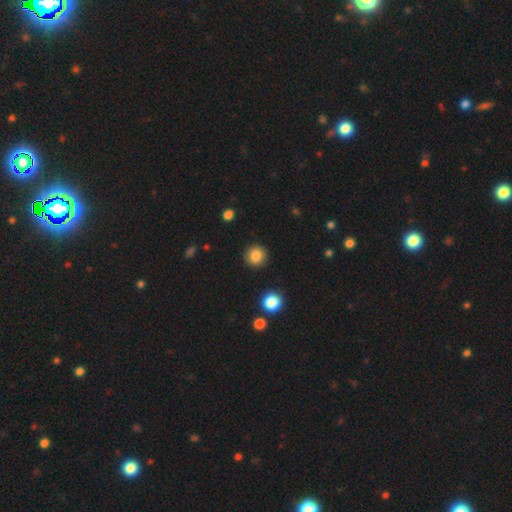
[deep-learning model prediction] smooth 85%, star or artifact 10%, featured or disk 5%. Down the decision tree: how rounded — round (94%); merging — none (91%).